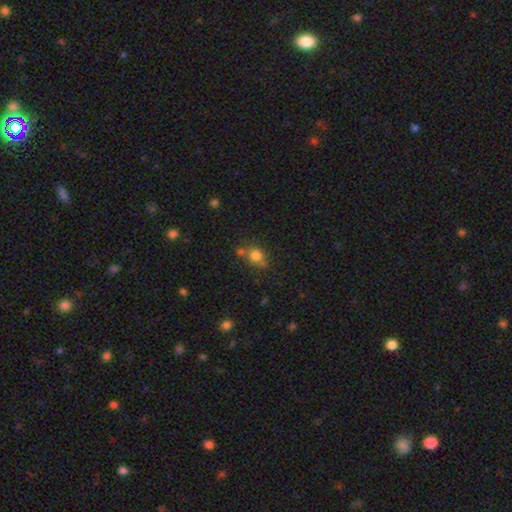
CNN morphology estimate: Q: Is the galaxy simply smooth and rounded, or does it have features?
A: smooth — 78%.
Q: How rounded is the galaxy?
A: round — 73%.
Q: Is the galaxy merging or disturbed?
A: none — 57%.